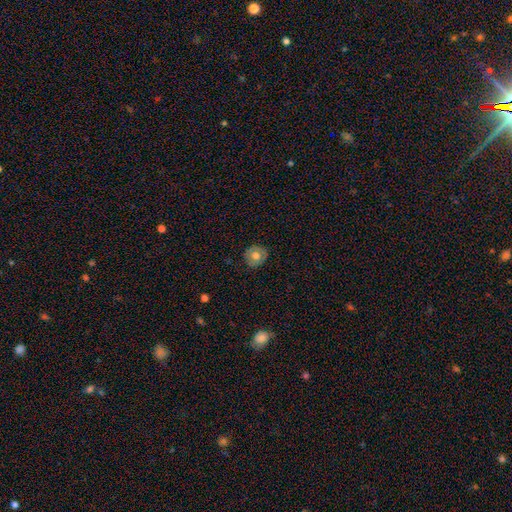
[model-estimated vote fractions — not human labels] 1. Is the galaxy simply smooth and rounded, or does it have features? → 62% smooth, 30% featured or disk, 8% star or artifact.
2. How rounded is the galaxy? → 82% round, 17% in between, 1% cigar-shaped.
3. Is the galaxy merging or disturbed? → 85% none, 11% minor disturbance, 3% major disturbance, 1% merger.